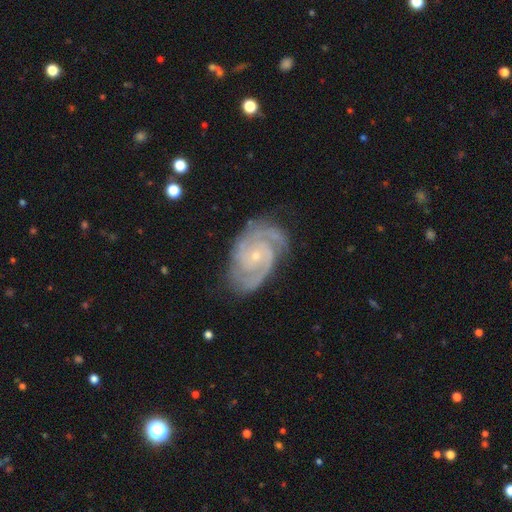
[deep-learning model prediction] smooth-or-featured: featured or disk: 92% | star or artifact: 5% | smooth: 4%
  disk-edge-on: no: 98% | yes: 2%
    bar: no: 69% | weak: 24% | strong: 7%
    has-spiral-arms: yes: 99% | no: 1%
      spiral-winding: tight: 66% | medium: 31% | loose: 4%
      spiral-arm-count: 2: 47% | 3: 30% | can't tell: 8% | 4: 7% | 1: 4% | more than 4: 4%
    bulge-size: small: 82% | moderate: 14% | none: 2% | large: 1% | dominant: 1%
  merging: none: 76% | minor disturbance: 17% | major disturbance: 5% | merger: 1%